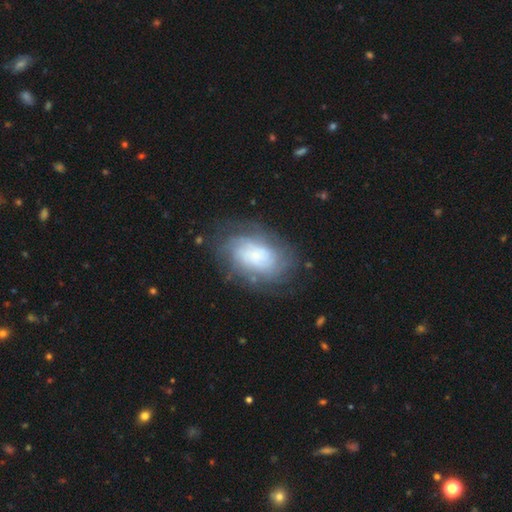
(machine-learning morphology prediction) Smooth or featured? Predicted: featured or disk (p=0.60). Edge-on disk? Predicted: no (p=0.96). Bar? Predicted: no (p=0.76). Spiral arms? Predicted: yes (p=0.83). Bulge size? Predicted: small (p=0.49). Merging? Predicted: none (p=0.69).